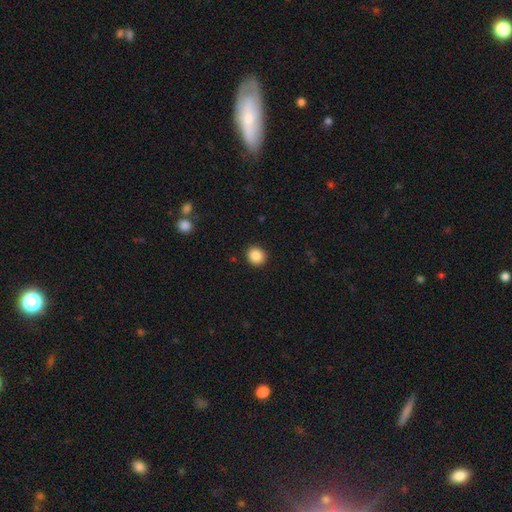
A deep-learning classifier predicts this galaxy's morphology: This is clearly a smooth galaxy (87%). How rounded: clearly round (86%). Merging: clearly none (91%).